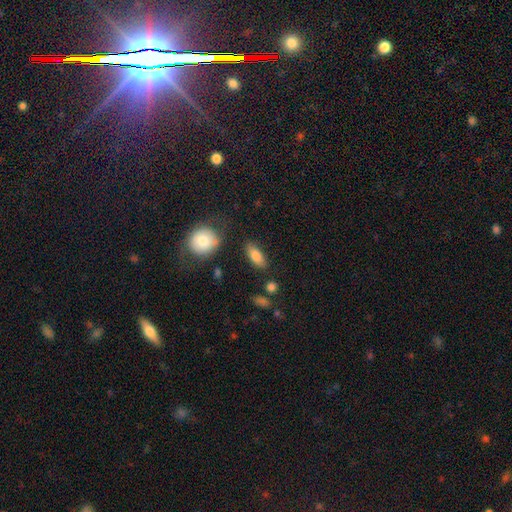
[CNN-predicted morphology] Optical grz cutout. It shows a smooth galaxy with no disk features (82%) that is in between round and cigar-shaped (82%). Merging: none (79%).